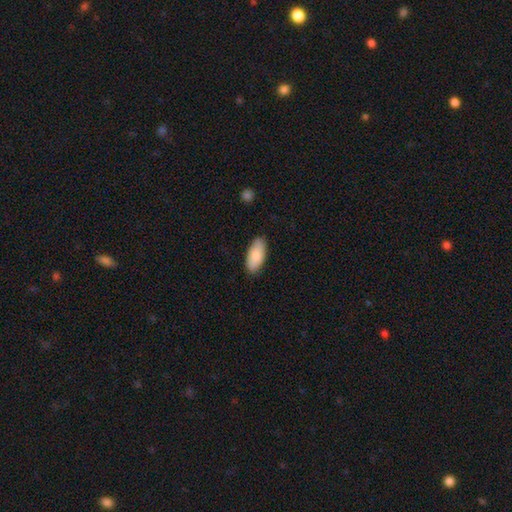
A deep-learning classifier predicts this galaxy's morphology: A smooth galaxy with no disk features (85%) that is in between round and cigar-shaped (89%). Merging: none (85%).